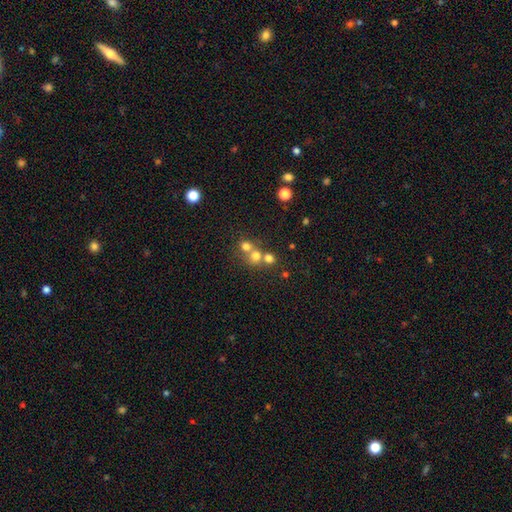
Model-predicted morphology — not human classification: smooth-or-featured: smooth: 67% | star or artifact: 18% | featured or disk: 14%
  how-rounded: round: 84% | in between: 15% | cigar-shaped: 1%
  merging: merger: 52% | none: 40% | minor disturbance: 5% | major disturbance: 3%